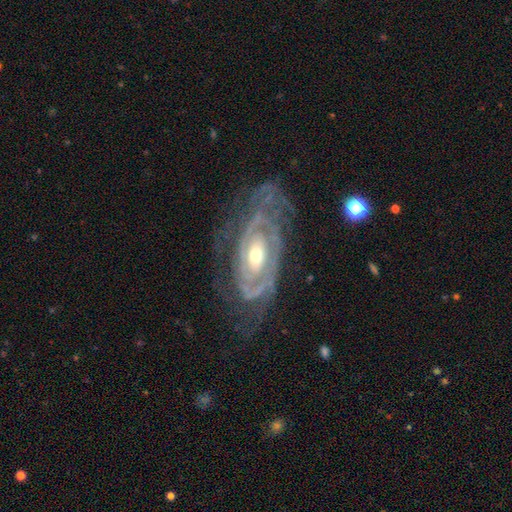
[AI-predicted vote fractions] Smooth or featured? Predicted: featured or disk (p=0.89). Edge-on disk? Predicted: no (p=0.93). Bar? Predicted: no (p=0.58). Spiral arms? Predicted: yes (p=0.92). Spiral winding? Predicted: tight (p=0.72). Spiral arm count? Predicted: can't tell (p=0.35). Bulge size? Predicted: moderate (p=0.63). Merging? Predicted: none (p=0.65).